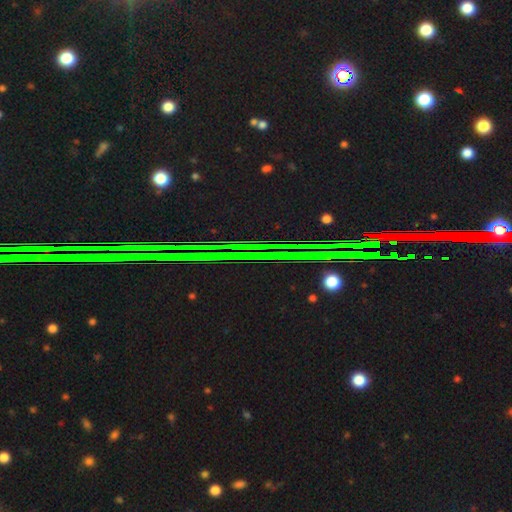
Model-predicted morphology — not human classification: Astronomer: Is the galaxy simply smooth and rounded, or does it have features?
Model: star or artifact — 85%.